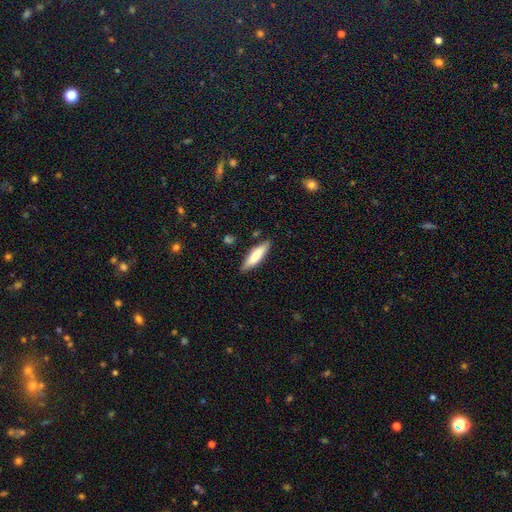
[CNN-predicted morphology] Smooth or featured?
  - smooth: 72% *
  - featured or disk: 22%
  - star or artifact: 6%
How rounded?
  - cigar-shaped: 69% *
  - in between: 29%
  - round: 1%
Merging?
  - none: 85% *
  - minor disturbance: 11%
  - major disturbance: 2%
  - merger: 2%